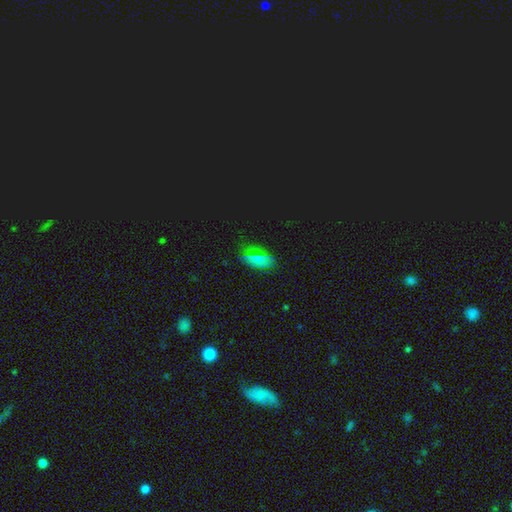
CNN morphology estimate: This is possibly a smooth galaxy (59%). How rounded: clearly in between (88%). Merging: clearly none (81%).